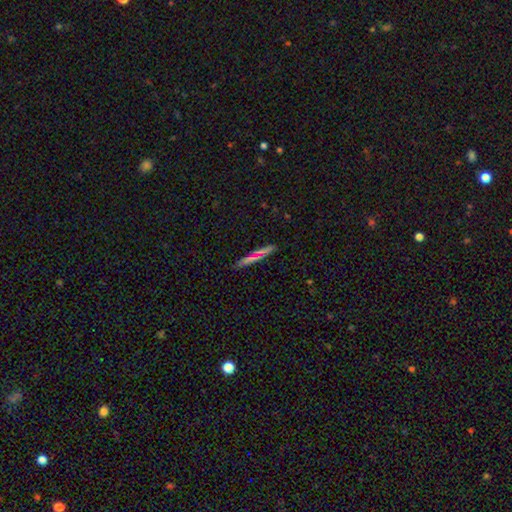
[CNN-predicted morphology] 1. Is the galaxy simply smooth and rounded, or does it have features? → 65% smooth, 23% featured or disk, 12% star or artifact.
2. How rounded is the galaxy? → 90% cigar-shaped, 7% in between, 3% round.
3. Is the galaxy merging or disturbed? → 87% none, 9% minor disturbance, 2% major disturbance, 2% merger.